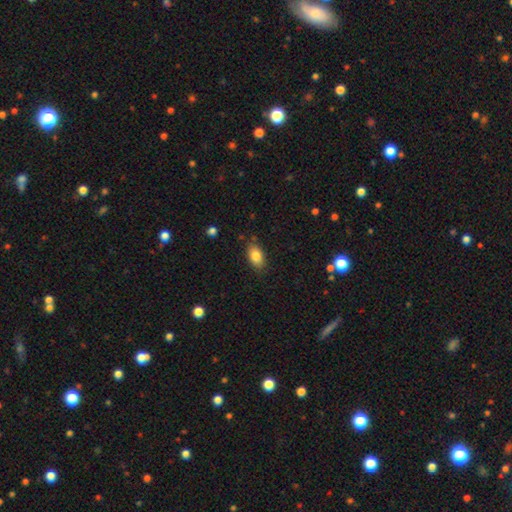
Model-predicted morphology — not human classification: This is clearly a smooth galaxy (85%). How rounded: clearly in between (89%). Merging: clearly none (82%).